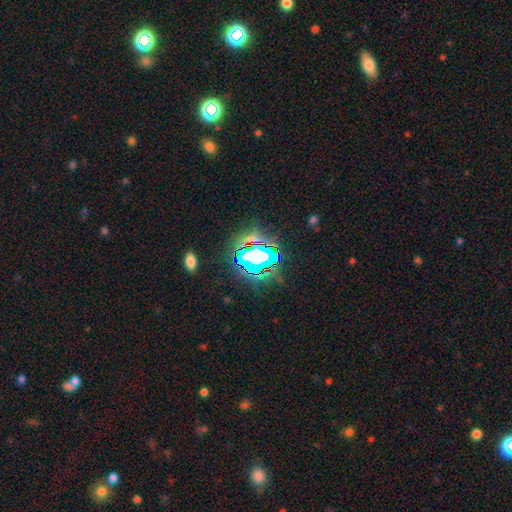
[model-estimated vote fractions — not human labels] A star or artifact, not a galaxy (64%).

Vote fractions:
- Smooth or featured? star or artifact: 64% / smooth: 21% / featured or disk: 15%